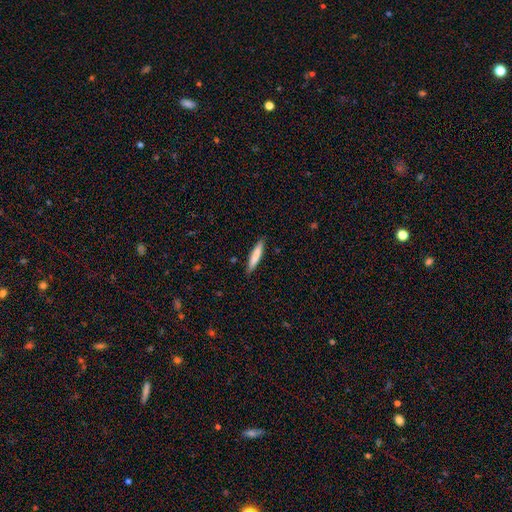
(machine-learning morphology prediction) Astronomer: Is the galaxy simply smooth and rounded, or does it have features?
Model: smooth — 80%.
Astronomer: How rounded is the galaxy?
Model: cigar-shaped — 90%.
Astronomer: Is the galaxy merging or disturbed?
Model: none — 89%.